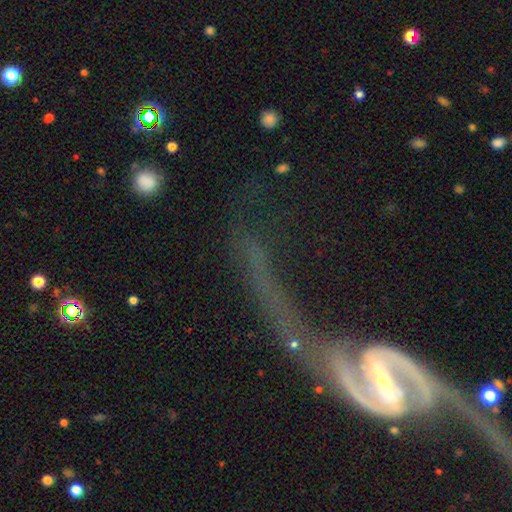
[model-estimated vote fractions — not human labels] Morphology: type=featured or disk (83%); edge-on=no (88%); bar=strong (50%); spiral arms=yes (87%); winding=loose (44%); arm count=2 (86%); bulge=small (68%); merging=none (40%).